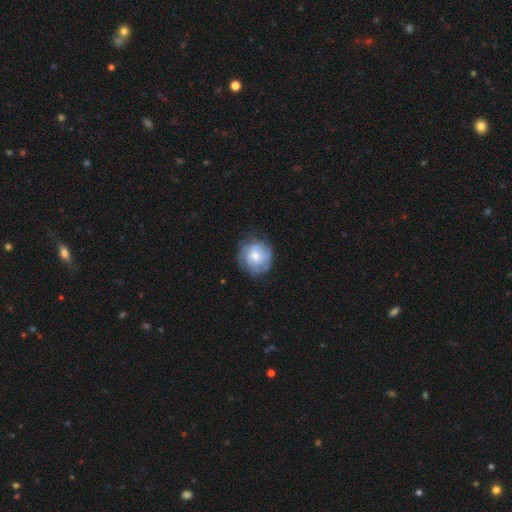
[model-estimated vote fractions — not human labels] smooth_or_featured: featured or disk (p=0.52) [alt: smooth p=0.41]
disk_edge_on: no (p=0.97) [alt: yes p=0.03]
bar: no (p=0.81) [alt: weak p=0.16]
has_spiral_arms: yes (p=0.74) [alt: no p=0.26]
bulge_size: moderate (p=0.50) [alt: small p=0.39]
merging: none (p=0.69) [alt: minor disturbance p=0.20]